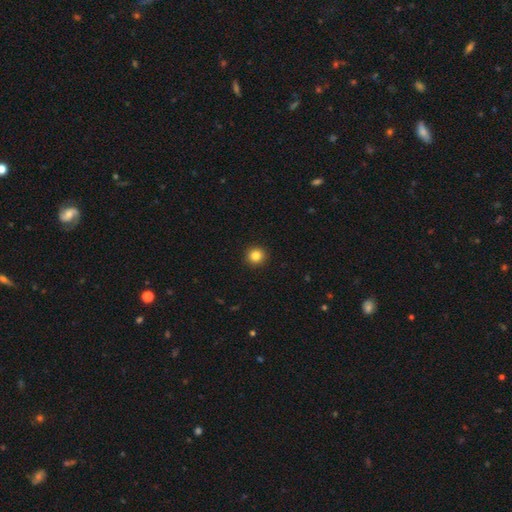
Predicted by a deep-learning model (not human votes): smooth 84%, star or artifact 11%, featured or disk 5%. Down the decision tree: how rounded — round (94%); merging — none (93%).